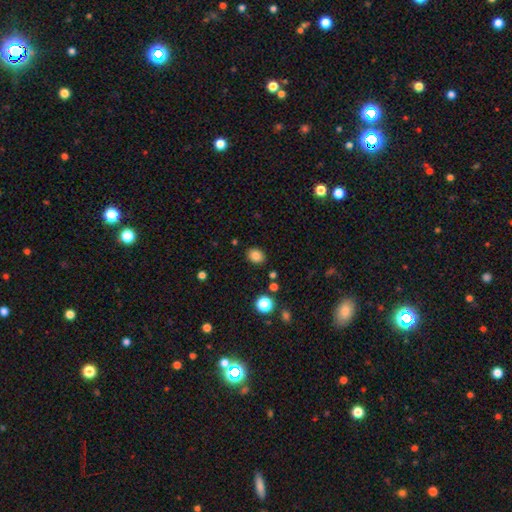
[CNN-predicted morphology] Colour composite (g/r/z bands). It shows a smooth galaxy with no disk features (82%) that is in between round and cigar-shaped (55%). Merging: none (87%).